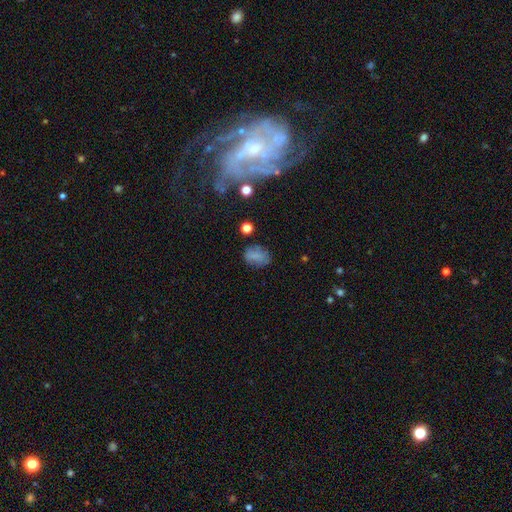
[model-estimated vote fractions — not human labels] Morphology: type=smooth (73%); roundness=in between (74%); merging=none (65%).